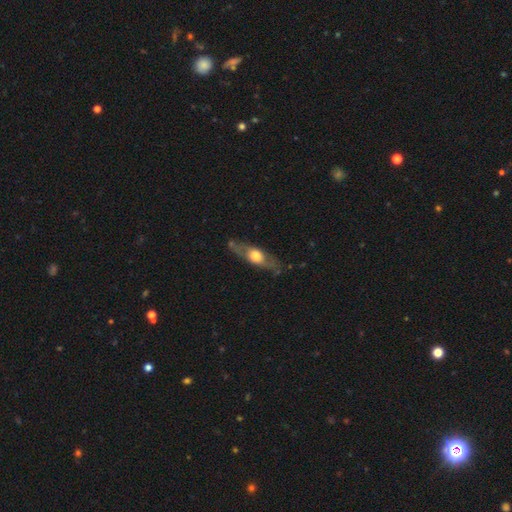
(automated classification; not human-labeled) smooth_or_featured: featured or disk (p=0.57) [alt: smooth p=0.38]
disk_edge_on: yes (p=0.67) [alt: no p=0.33]
merging: none (p=0.74) [alt: minor disturbance p=0.17]